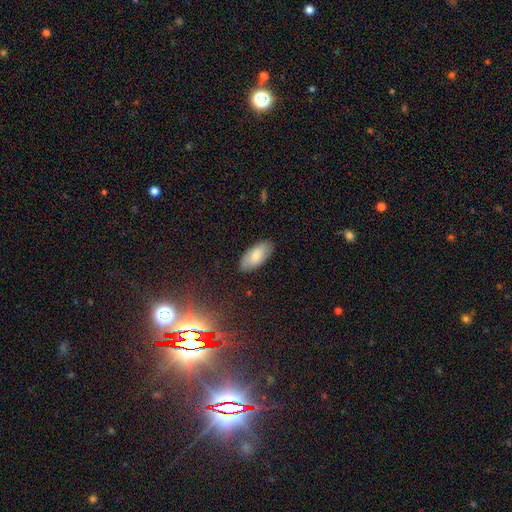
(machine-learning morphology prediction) The model was most divided on "smooth or featured": smooth: 76%, featured or disk: 17%, star or artifact: 7%. More confident: how rounded — in between (91%); merging — none (86%).